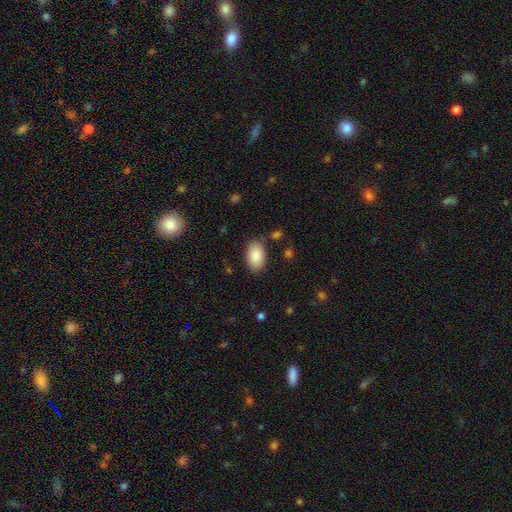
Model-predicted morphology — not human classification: A smooth galaxy with no disk features (85%) that is in between round and cigar-shaped (93%).

Vote fractions:
- Smooth or featured? smooth: 85% / featured or disk: 8% / star or artifact: 7%
- How rounded? in between: 93% / round: 6% / cigar-shaped: 1%
- Merging? none: 83% / minor disturbance: 12% / major disturbance: 3% / merger: 2%